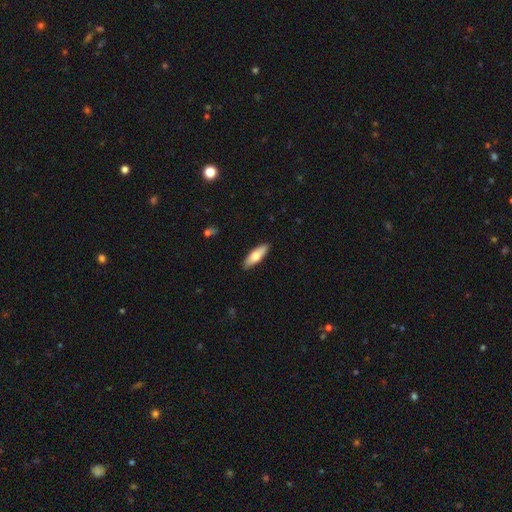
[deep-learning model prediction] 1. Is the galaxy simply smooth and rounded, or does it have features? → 71% smooth, 24% featured or disk, 5% star or artifact.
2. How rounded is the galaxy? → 57% in between, 41% cigar-shaped, 2% round.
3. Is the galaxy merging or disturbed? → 89% none, 8% minor disturbance, 2% major disturbance, 1% merger.